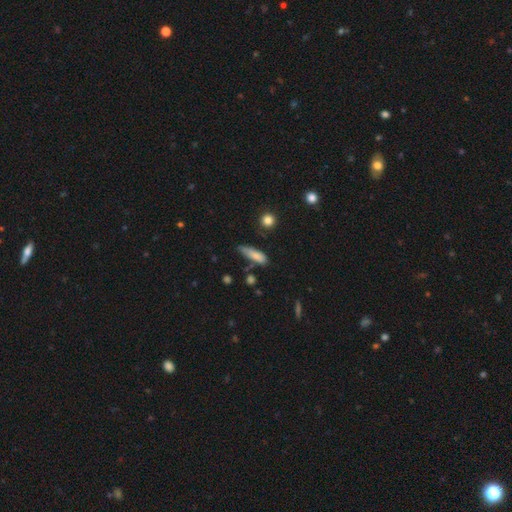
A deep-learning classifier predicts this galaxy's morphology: Smooth or featured? smooth (78%)
How rounded? cigar-shaped (52%)
Merging? none (55%)